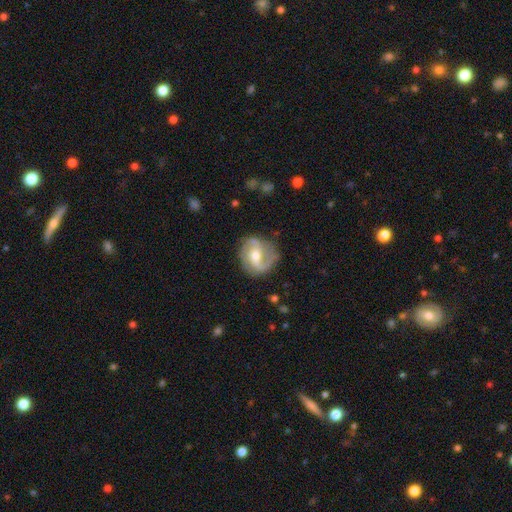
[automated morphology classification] smooth_or_featured: featured or disk (p=0.79) [alt: smooth p=0.15]
disk_edge_on: no (p=0.97) [alt: yes p=0.03]
bar: weak (p=0.44) [alt: no p=0.41]
has_spiral_arms: yes (p=0.92) [alt: no p=0.08]
spiral_winding: medium (p=0.48) [alt: loose p=0.29]
spiral_arm_count: 2 (p=0.78) [alt: can't tell p=0.08]
bulge_size: moderate (p=0.59) [alt: small p=0.34]
merging: none (p=0.71) [alt: minor disturbance p=0.19]